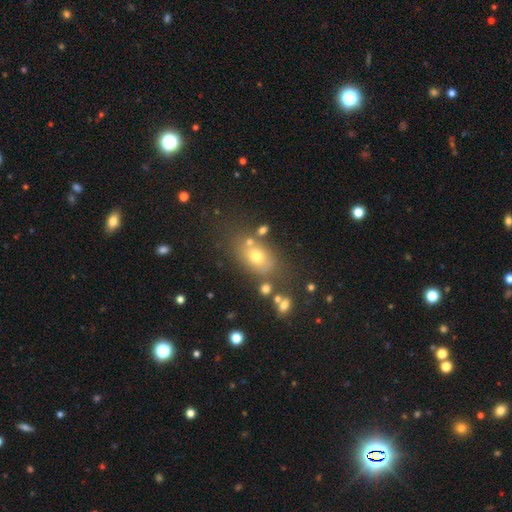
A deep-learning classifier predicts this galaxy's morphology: Smooth or featured? smooth (68%)
How rounded? in between (75%)
Merging? none (65%)